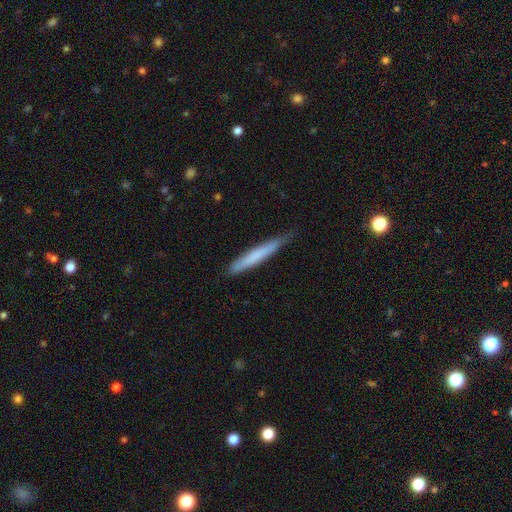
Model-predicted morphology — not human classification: smooth 68%, featured or disk 26%, star or artifact 6%. Down the decision tree: how rounded — cigar-shaped (96%); merging — none (72%).